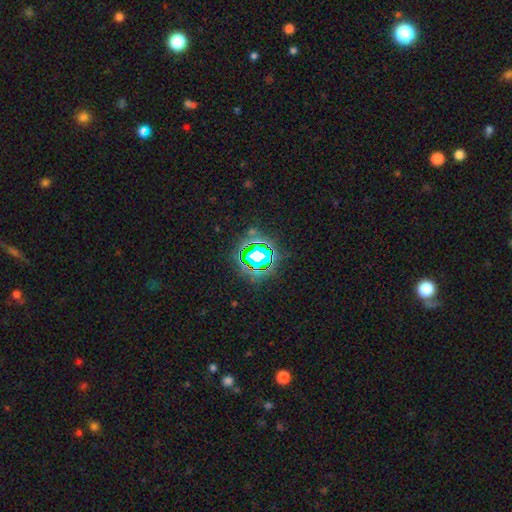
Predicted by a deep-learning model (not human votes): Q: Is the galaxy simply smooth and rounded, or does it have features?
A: star or artifact — 71%.